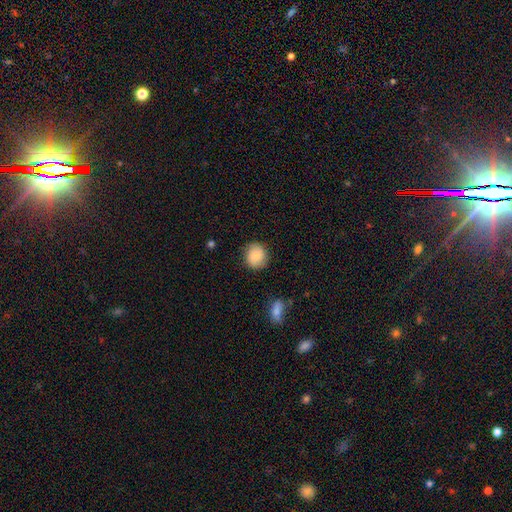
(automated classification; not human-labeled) smooth-or-featured: smooth: 82% | featured or disk: 11% | star or artifact: 8%
  how-rounded: round: 87% | in between: 12% | cigar-shaped: 1%
  merging: none: 85% | minor disturbance: 11% | major disturbance: 3% | merger: 2%